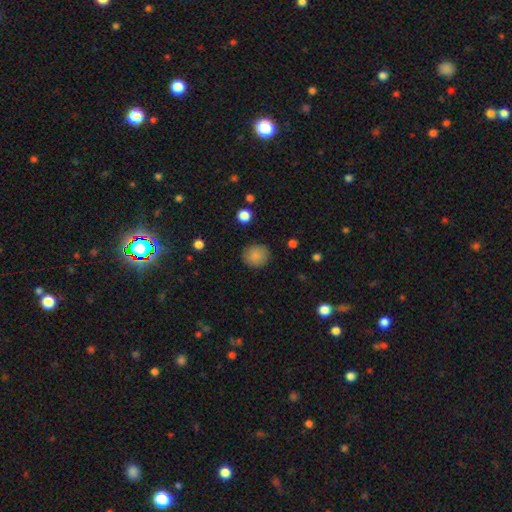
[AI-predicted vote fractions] Q: Smooth or featured?
A: smooth (86%); runner-up: star or artifact (9%)
Q: How rounded?
A: round (87%); runner-up: in between (12%)
Q: Merging?
A: none (87%); runner-up: minor disturbance (9%)